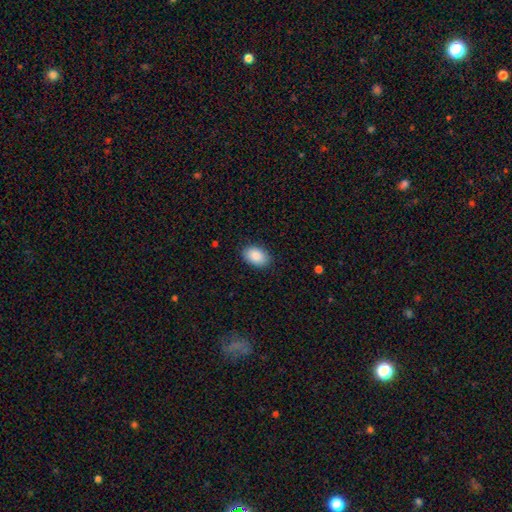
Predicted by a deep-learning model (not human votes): Smooth or featured? smooth (90%)
How rounded? in between (89%)
Merging? none (88%)